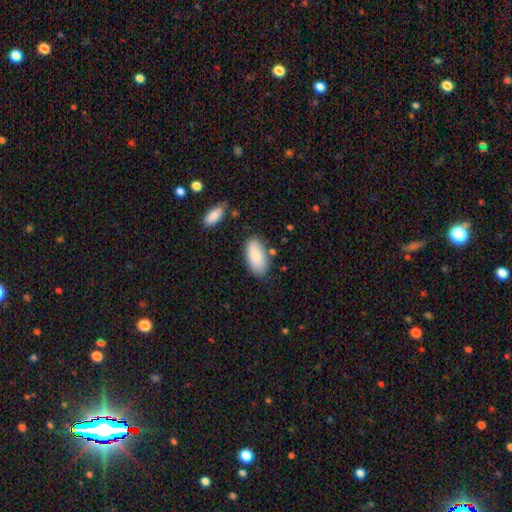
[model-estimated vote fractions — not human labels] This appears to be a smooth galaxy with no disk features (84%) that is in between round and cigar-shaped (94%). Merging: none (76%).